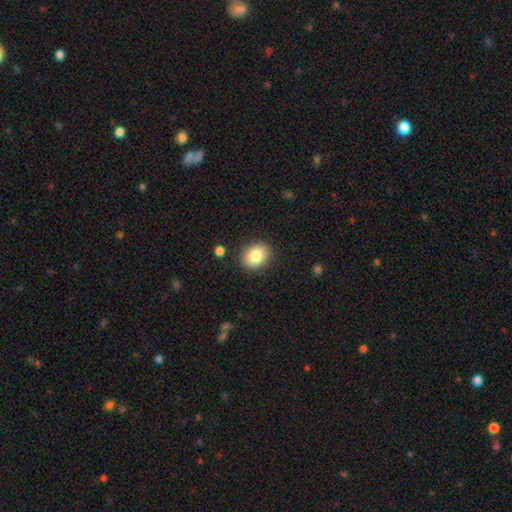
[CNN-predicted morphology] smooth 83%, featured or disk 9%, star or artifact 8%. Down the decision tree: how rounded — in between (52%); merging — none (87%).